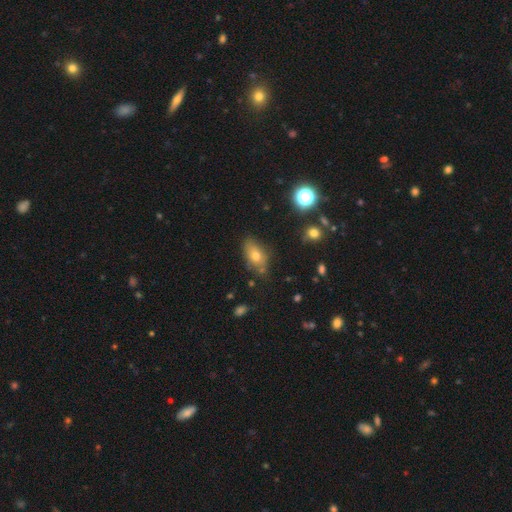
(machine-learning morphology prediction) A smooth galaxy with no disk features (68%) that is in between round and cigar-shaped (84%). Merging: none (71%).